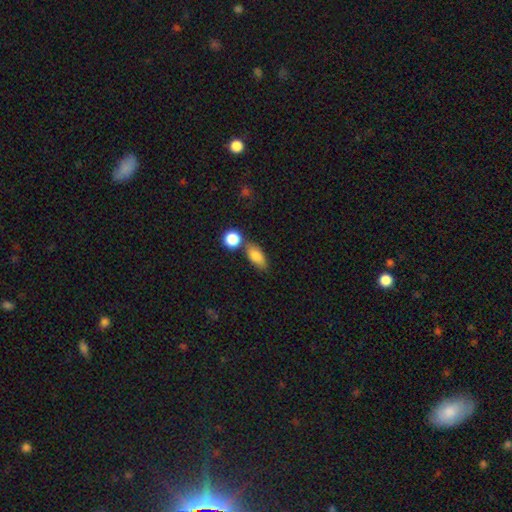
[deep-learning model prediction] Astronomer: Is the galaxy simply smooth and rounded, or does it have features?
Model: smooth — 83%.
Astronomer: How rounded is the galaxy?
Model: in between — 81%.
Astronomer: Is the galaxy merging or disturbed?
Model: none — 62%.